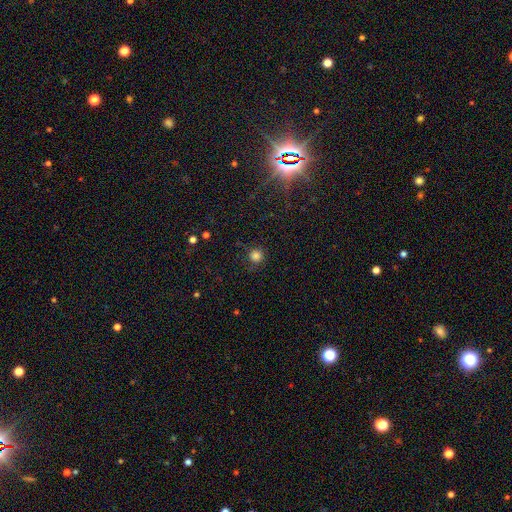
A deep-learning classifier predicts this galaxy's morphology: Overall: smooth (81%). How rounded: round (95%). Merging: none (84%).